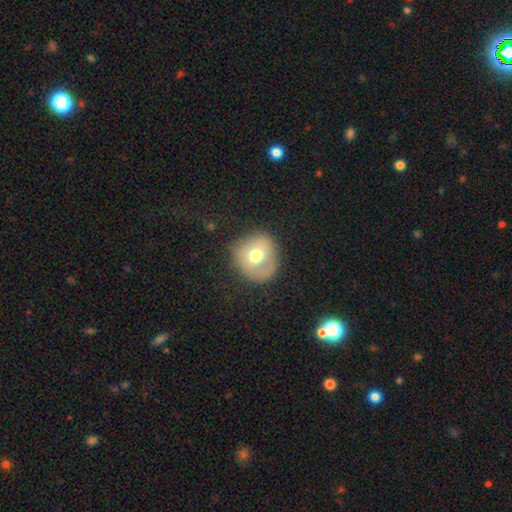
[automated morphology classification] Smooth or featured: smooth — 65% (featured or disk — 24%)
How rounded: round — 84% (in between — 15%)
Merging: none — 69% (minor disturbance — 20%)